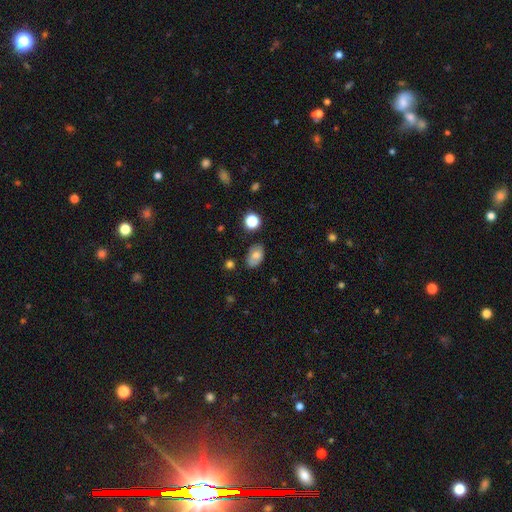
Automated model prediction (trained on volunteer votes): Q: Smooth or featured?
A: smooth (70%); runner-up: featured or disk (20%)
Q: How rounded?
A: in between (88%); runner-up: round (11%)
Q: Merging?
A: none (76%); runner-up: minor disturbance (18%)